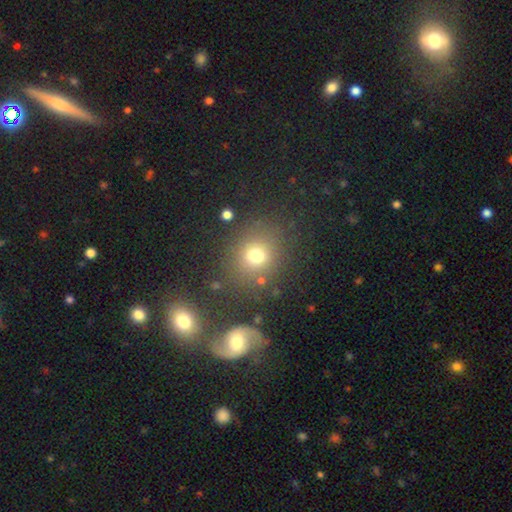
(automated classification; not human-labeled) Smooth or featured?
  - smooth: 71% *
  - star or artifact: 19%
  - featured or disk: 10%
How rounded?
  - round: 77% *
  - in between: 21%
  - cigar-shaped: 1%
Merging?
  - none: 79% *
  - minor disturbance: 10%
  - major disturbance: 6%
  - merger: 5%